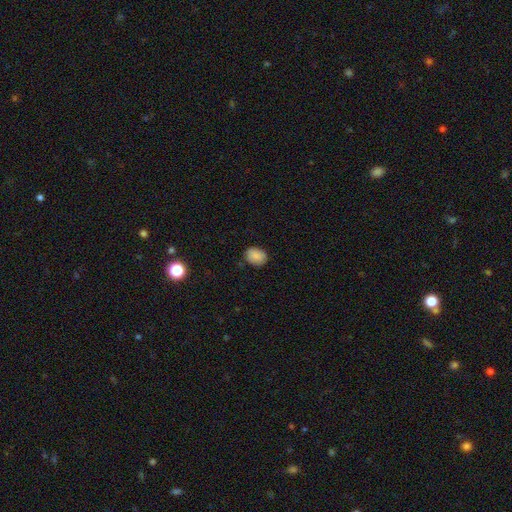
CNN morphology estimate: A smooth galaxy with no disk features (87%) that is in between round and cigar-shaped (62%).

Vote fractions:
- Smooth or featured? smooth: 87% / star or artifact: 9% / featured or disk: 5%
- How rounded? in between: 62% / round: 37% / cigar-shaped: 1%
- Merging? none: 84% / minor disturbance: 12% / major disturbance: 3% / merger: 1%